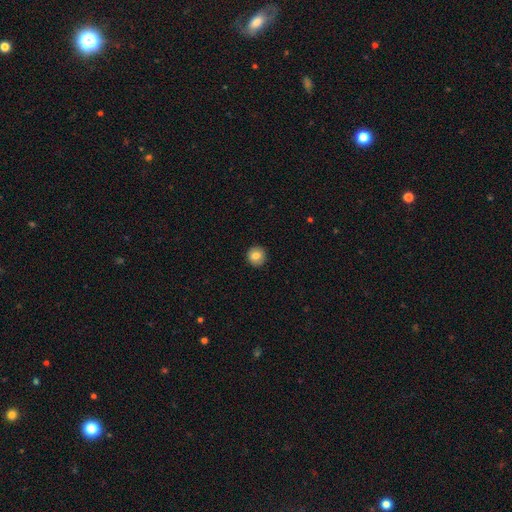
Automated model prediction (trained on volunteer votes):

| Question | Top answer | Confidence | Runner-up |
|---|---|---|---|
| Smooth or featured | smooth | 82% | featured or disk (10%) |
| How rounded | round | 94% | in between (5%) |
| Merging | none | 92% | minor disturbance (6%) |